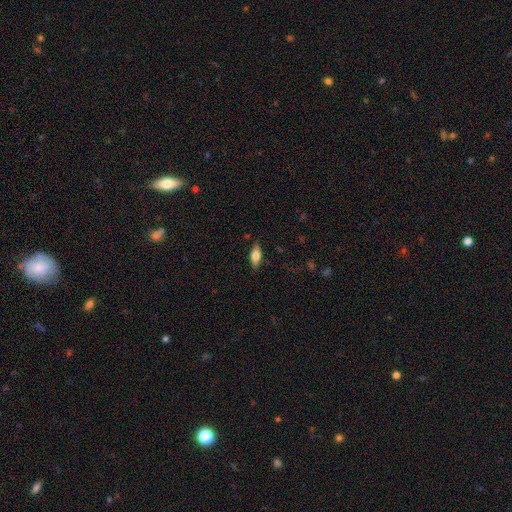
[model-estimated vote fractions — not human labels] Smooth or featured? Predicted: smooth (p=0.66). How rounded? Predicted: in between (p=0.73). Merging? Predicted: none (p=0.84).